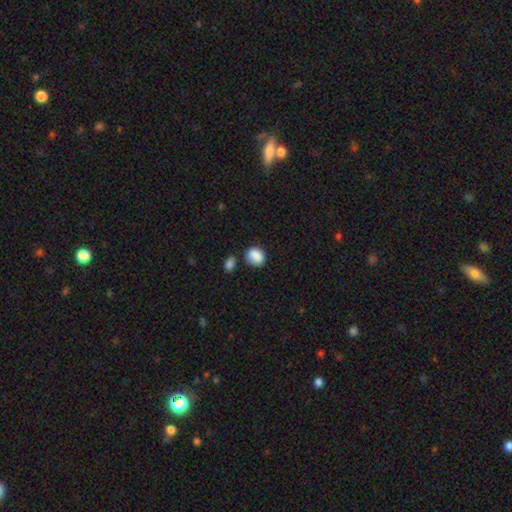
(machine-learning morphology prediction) Smooth or featured? smooth (88%)
How rounded? in between (54%)
Merging? none (68%)